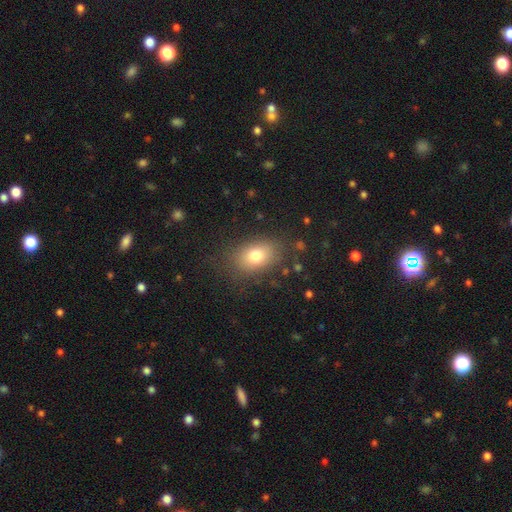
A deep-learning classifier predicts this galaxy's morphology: Q: Smooth or featured?
A: smooth (77%); runner-up: featured or disk (12%)
Q: How rounded?
A: in between (77%); runner-up: round (21%)
Q: Merging?
A: none (81%); runner-up: minor disturbance (12%)